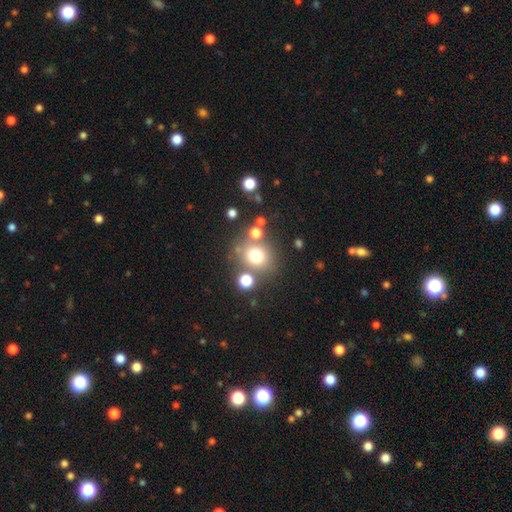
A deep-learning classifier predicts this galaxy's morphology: This is likely a smooth galaxy (70%). How rounded: clearly round (83%). Merging: likely none (72%).